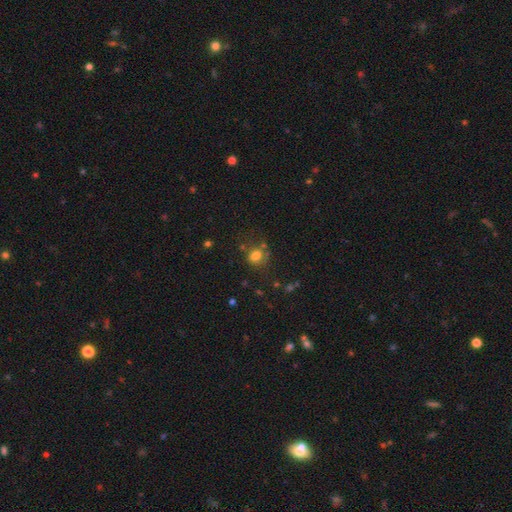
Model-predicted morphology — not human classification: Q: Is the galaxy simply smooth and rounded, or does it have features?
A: smooth — 76%.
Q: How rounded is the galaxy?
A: round — 63%.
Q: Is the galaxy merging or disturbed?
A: none — 59%.